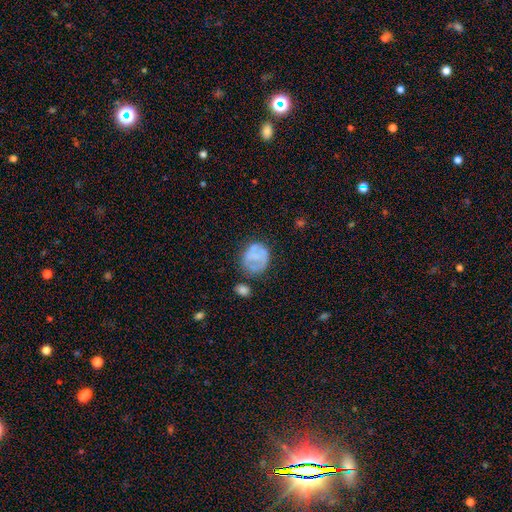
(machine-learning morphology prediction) Overall: smooth (59%; featured or disk 32%). How rounded: round (68%; in between 31%). Merging: none (52%; minor disturbance 26%).